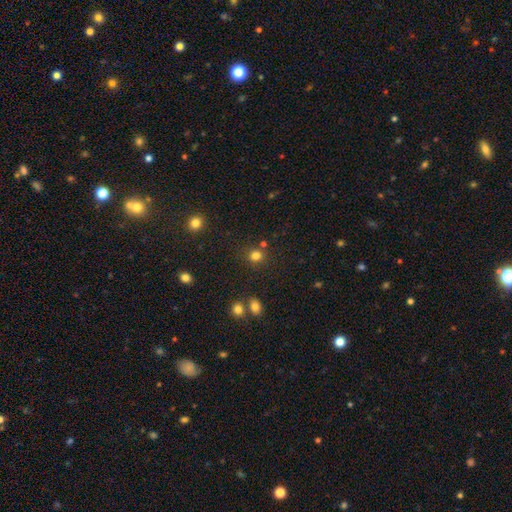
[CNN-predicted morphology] The model was most divided on "smooth or featured": smooth: 79%, star or artifact: 15%, featured or disk: 5%. More confident: how rounded — round (85%); merging — none (77%).